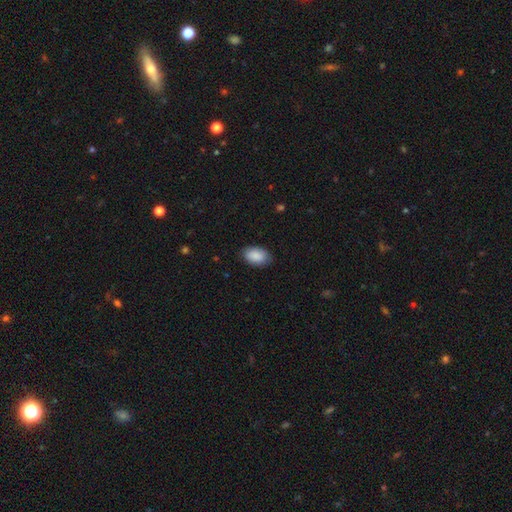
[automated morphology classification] The model was most divided on "merging": none: 84%, minor disturbance: 12%, major disturbance: 3%, merger: 1%. More confident: how rounded — in between (92%); smooth or featured — smooth (90%).